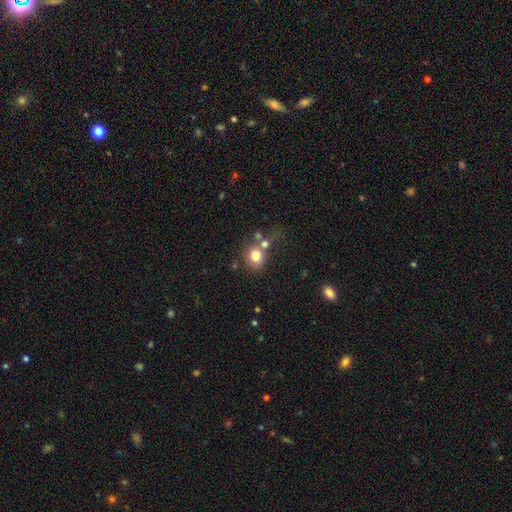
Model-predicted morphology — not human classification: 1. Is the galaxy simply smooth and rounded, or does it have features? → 79% smooth, 11% star or artifact, 10% featured or disk.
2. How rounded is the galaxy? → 63% round, 36% in between, 1% cigar-shaped.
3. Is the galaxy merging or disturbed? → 47% none, 31% merger, 13% minor disturbance, 9% major disturbance.